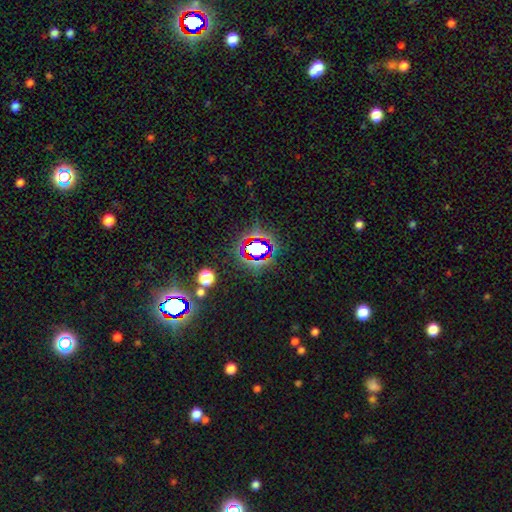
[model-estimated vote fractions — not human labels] smooth-or-featured: star or artifact: 67% | smooth: 22% | featured or disk: 11%